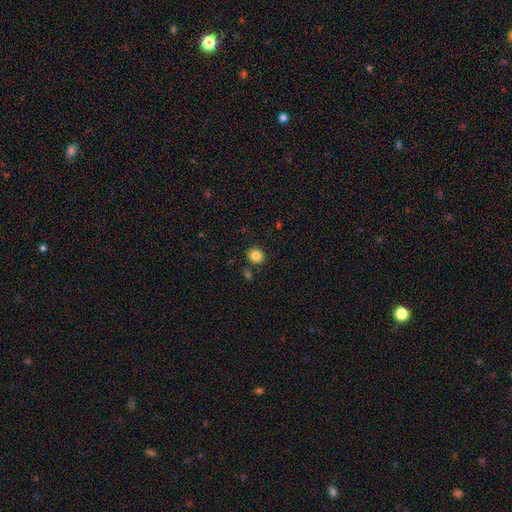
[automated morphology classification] Smooth or featured? smooth (85%)
How rounded? round (75%)
Merging? none (86%)